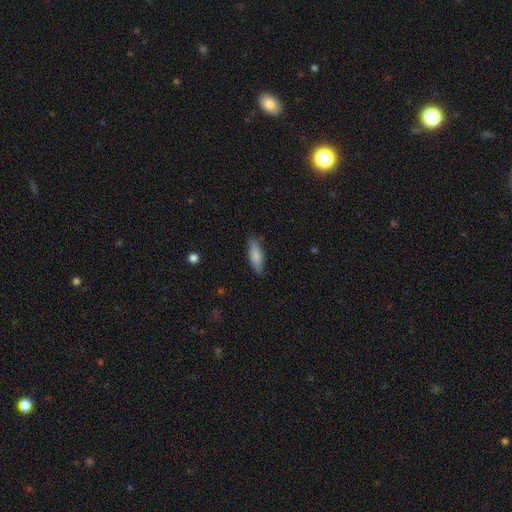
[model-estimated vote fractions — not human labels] This is clearly a smooth galaxy (81%). How rounded: possibly in between (53%). Merging: clearly none (83%).